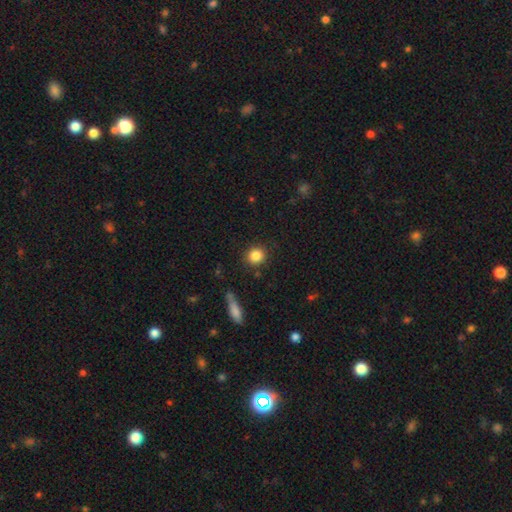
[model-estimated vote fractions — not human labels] This is clearly a smooth galaxy (85%). How rounded: clearly round (90%). Merging: clearly none (88%).